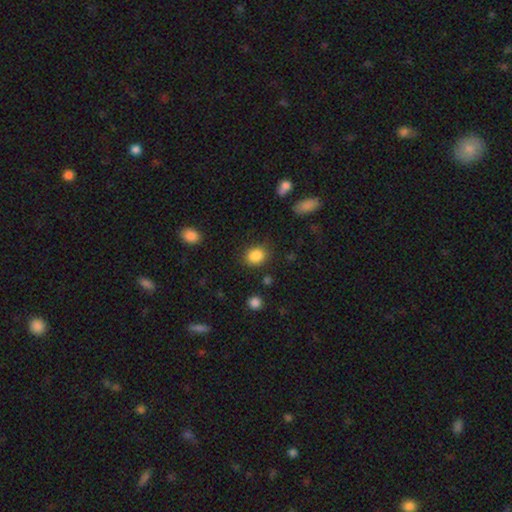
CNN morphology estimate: Smooth or featured: smooth — 87% (star or artifact — 9%)
How rounded: round — 56% (in between — 43%)
Merging: none — 83% (minor disturbance — 11%)